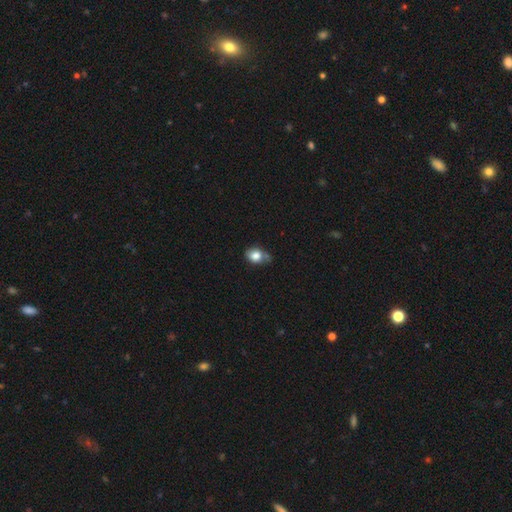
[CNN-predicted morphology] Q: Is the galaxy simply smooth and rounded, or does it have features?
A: smooth — 81%.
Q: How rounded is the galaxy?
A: in between — 58%.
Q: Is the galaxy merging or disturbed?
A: none — 51%.